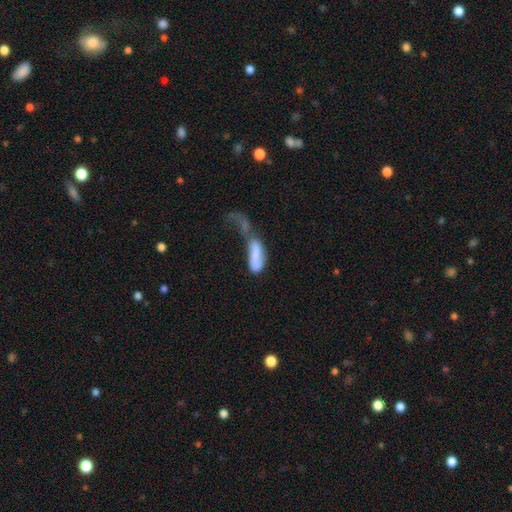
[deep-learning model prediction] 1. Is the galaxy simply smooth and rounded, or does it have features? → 65% smooth, 27% featured or disk, 9% star or artifact.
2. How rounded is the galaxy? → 71% in between, 26% cigar-shaped, 3% round.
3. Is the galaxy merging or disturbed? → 50% merger, 31% major disturbance, 10% none, 9% minor disturbance.